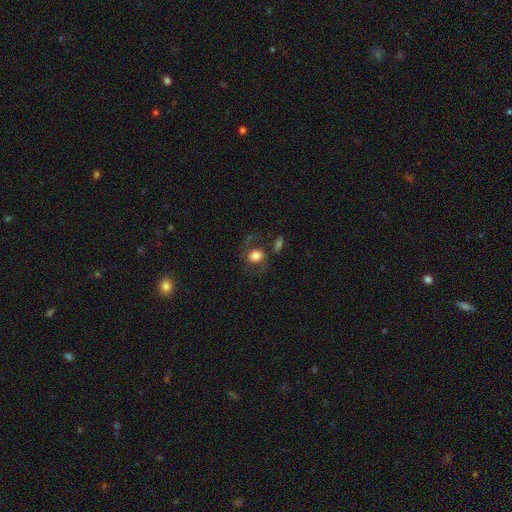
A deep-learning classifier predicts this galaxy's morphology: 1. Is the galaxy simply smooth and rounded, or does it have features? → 64% smooth, 27% featured or disk, 9% star or artifact.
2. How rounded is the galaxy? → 56% round, 42% in between, 1% cigar-shaped.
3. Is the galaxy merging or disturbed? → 57% none, 19% major disturbance, 17% minor disturbance, 7% merger.